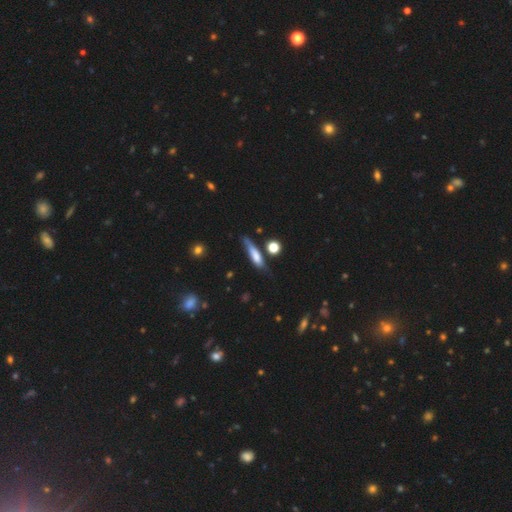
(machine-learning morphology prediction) Smooth or featured? Predicted: smooth (p=0.64). How rounded? Predicted: cigar-shaped (p=0.74). Merging? Predicted: none (p=0.48).